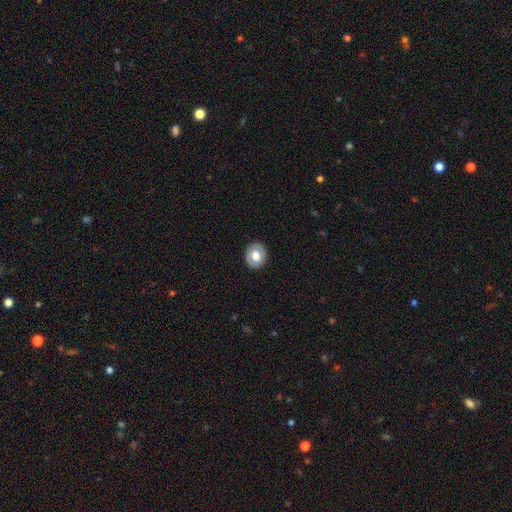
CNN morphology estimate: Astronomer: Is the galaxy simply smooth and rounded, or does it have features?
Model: smooth — 65%.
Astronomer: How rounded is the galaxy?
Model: round — 64%.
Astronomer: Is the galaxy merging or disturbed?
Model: none — 88%.